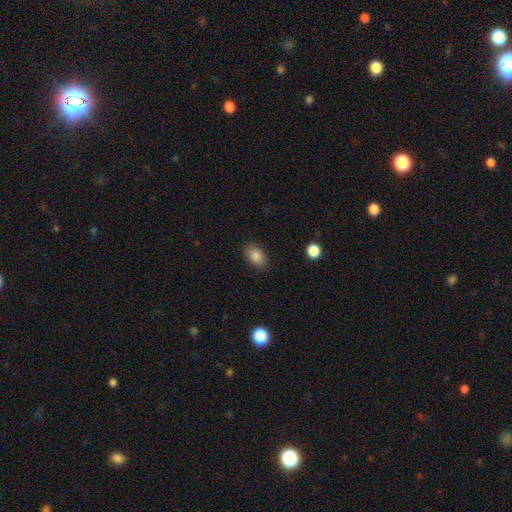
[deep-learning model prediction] The model was most divided on "merging": none: 87%, minor disturbance: 10%, major disturbance: 3%, merger: 1%. More confident: how rounded — in between (89%); smooth or featured — smooth (86%).